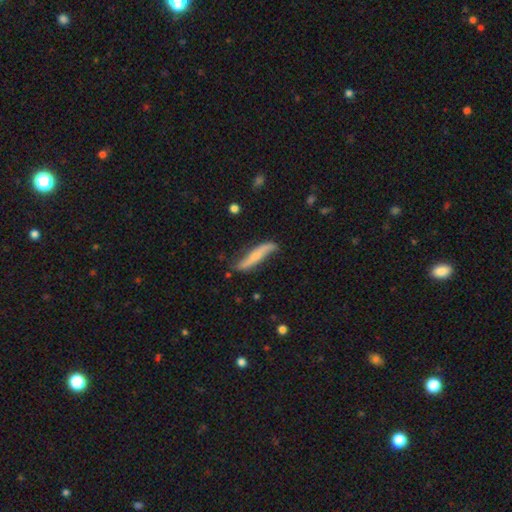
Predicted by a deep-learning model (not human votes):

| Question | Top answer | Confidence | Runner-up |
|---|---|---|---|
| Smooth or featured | featured or disk | 57% | smooth (37%) |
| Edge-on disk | yes | 56% | no (44%) |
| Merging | none | 66% | minor disturbance (25%) |